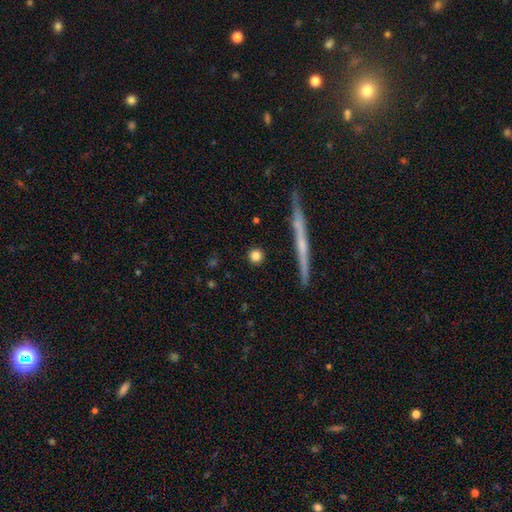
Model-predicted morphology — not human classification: Smooth or featured? Predicted: smooth (p=0.80). How rounded? Predicted: round (p=0.92). Merging? Predicted: none (p=0.90).